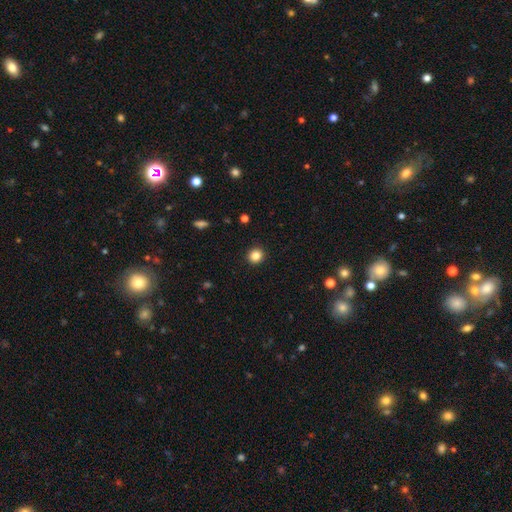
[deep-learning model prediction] smooth-or-featured: smooth: 84% | star or artifact: 11% | featured or disk: 4%
  how-rounded: round: 91% | in between: 8% | cigar-shaped: 1%
  merging: none: 93% | minor disturbance: 5% | major disturbance: 2% | merger: 1%